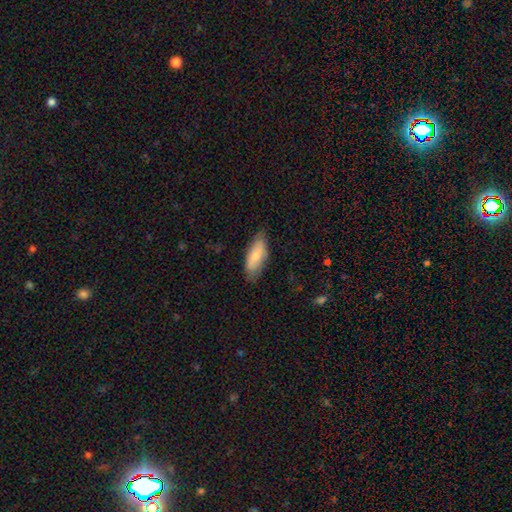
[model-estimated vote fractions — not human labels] This appears to be a smooth galaxy with no disk features (80%) that is in between round and cigar-shaped (72%). Merging: none (76%).